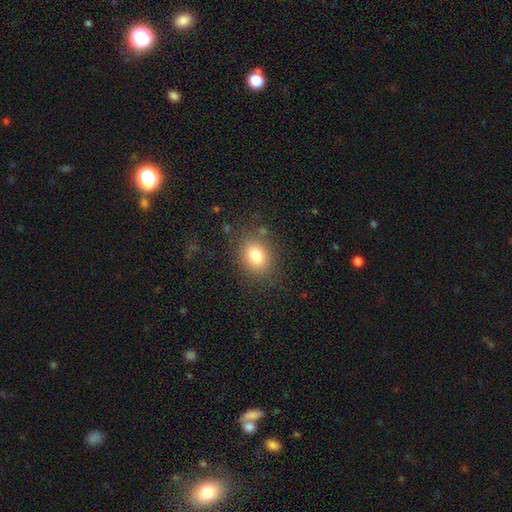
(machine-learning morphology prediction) Overall: smooth (80%). How rounded: round (56%; in between 43%). Merging: none (82%).